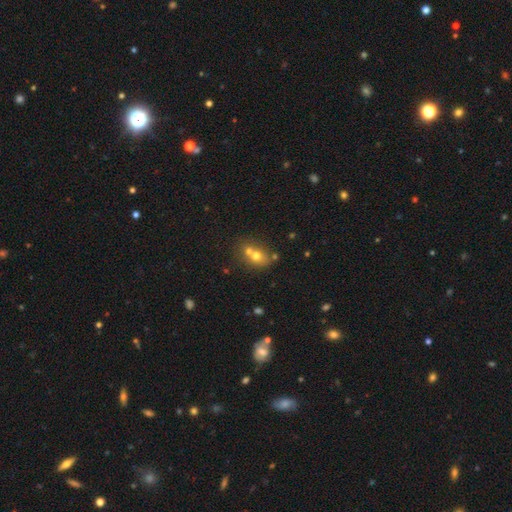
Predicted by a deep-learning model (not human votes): The model was most divided on "merging": merger: 51%, none: 37%, minor disturbance: 8%, major disturbance: 4%. More confident: smooth or featured — smooth (66%); how rounded — round (59%).